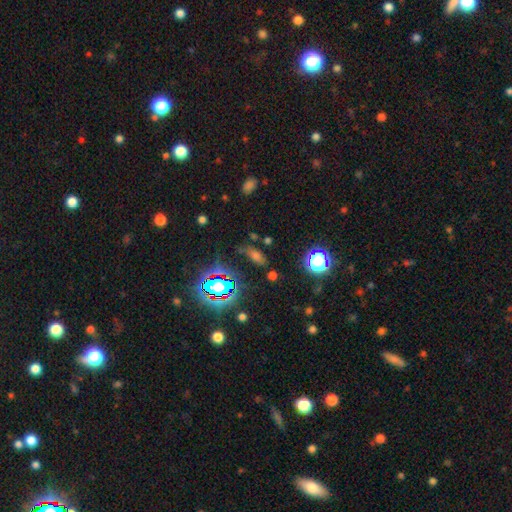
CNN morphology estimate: A smooth galaxy with no disk features (46%).

Vote fractions:
- Smooth or featured? smooth: 46% / star or artifact: 38% / featured or disk: 16%
- Merging? none: 72% / minor disturbance: 16% / major disturbance: 7% / merger: 5%